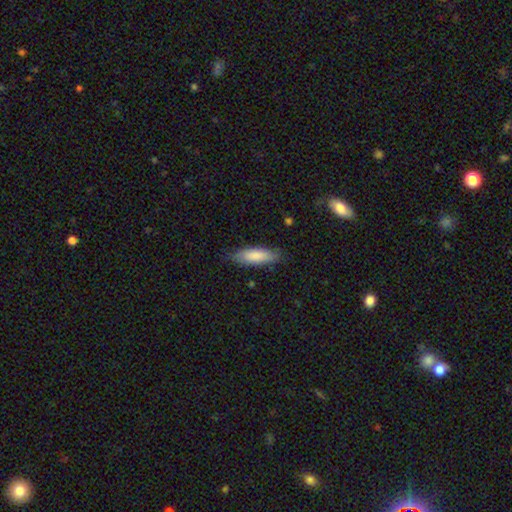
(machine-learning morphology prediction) Smooth or featured?
  - smooth: 82% *
  - featured or disk: 13%
  - star or artifact: 6%
How rounded?
  - cigar-shaped: 52% *
  - in between: 47%
  - round: 2%
Merging?
  - none: 81% *
  - minor disturbance: 15%
  - major disturbance: 3%
  - merger: 1%